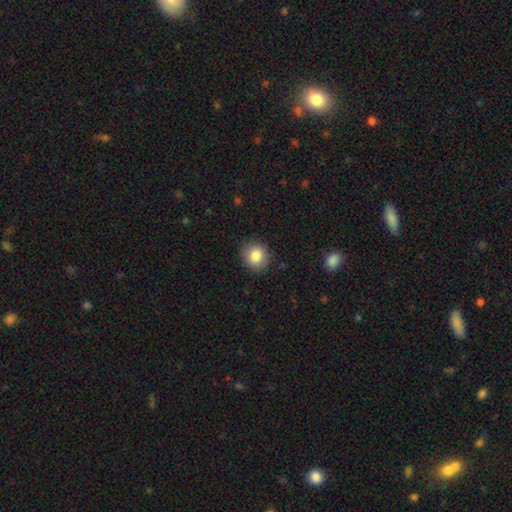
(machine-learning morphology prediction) Smooth or featured? smooth (86%)
How rounded? round (75%)
Merging? none (86%)